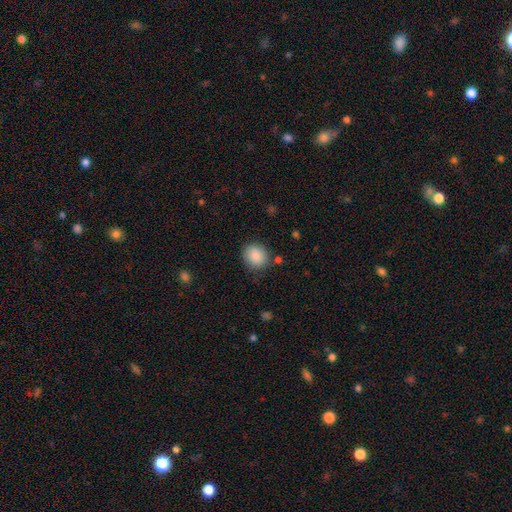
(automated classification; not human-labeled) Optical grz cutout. It shows a smooth galaxy with no disk features (88%) that is round (75%). Merging: none (83%).